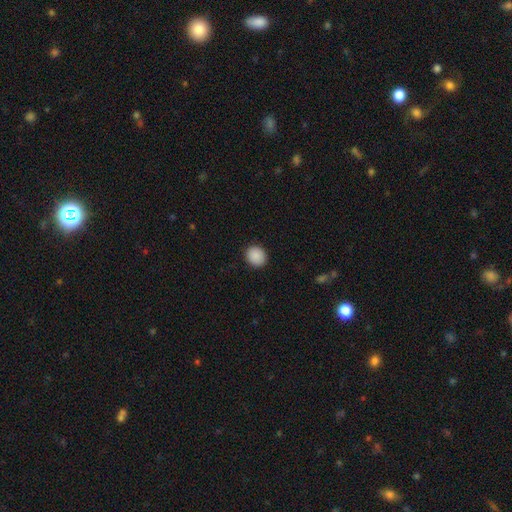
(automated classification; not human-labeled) Smooth or featured? Predicted: smooth (p=0.89). How rounded? Predicted: round (p=0.79). Merging? Predicted: none (p=0.91).